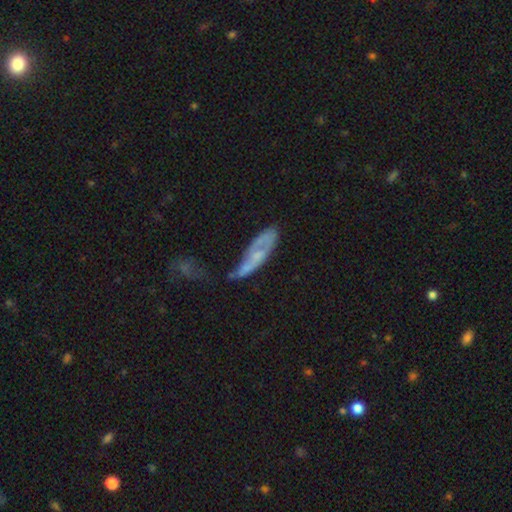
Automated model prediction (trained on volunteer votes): A featured or disk galaxy (54%). Merging: none (33%).